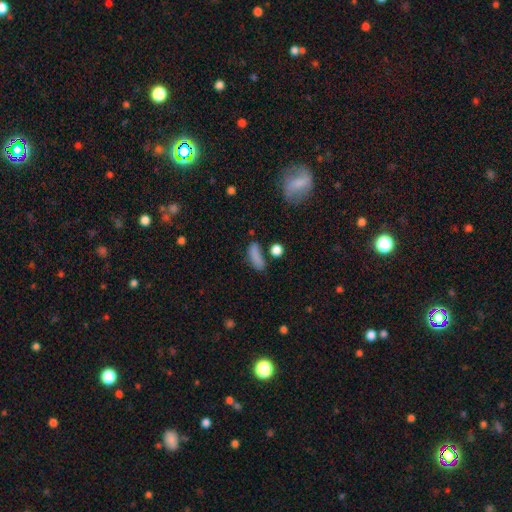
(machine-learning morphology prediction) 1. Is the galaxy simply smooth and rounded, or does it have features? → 81% smooth, 11% star or artifact, 8% featured or disk.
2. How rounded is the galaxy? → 57% in between, 37% cigar-shaped, 6% round.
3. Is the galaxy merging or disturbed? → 60% none, 21% minor disturbance, 10% merger, 10% major disturbance.